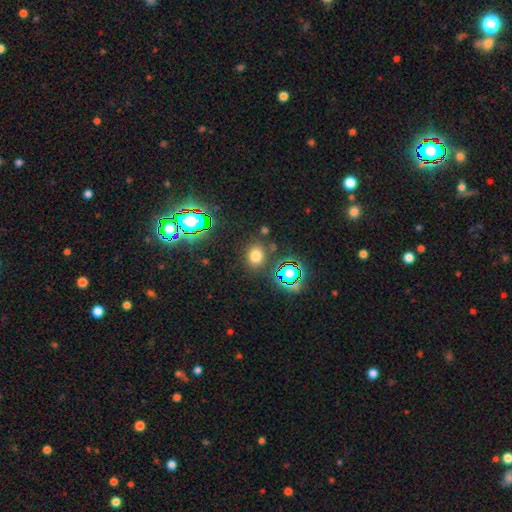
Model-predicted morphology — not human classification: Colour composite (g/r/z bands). It shows a smooth galaxy with no disk features (68%) that is round (59%). Merging: none (81%).